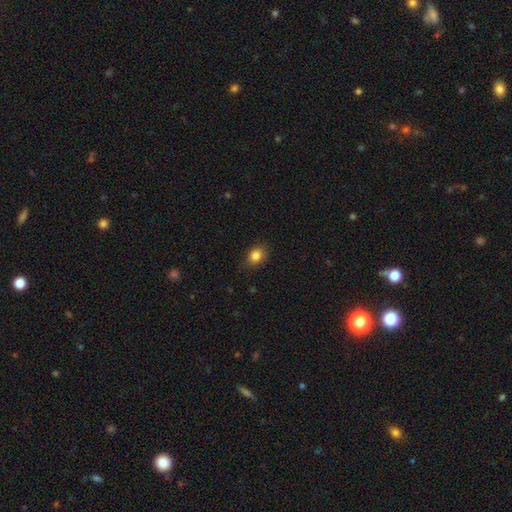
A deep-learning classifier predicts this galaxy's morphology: Smooth or featured?
  - smooth: 84% *
  - star or artifact: 10%
  - featured or disk: 6%
How rounded?
  - in between: 52% *
  - round: 47%
  - cigar-shaped: 1%
Merging?
  - none: 84% *
  - minor disturbance: 12%
  - major disturbance: 3%
  - merger: 1%